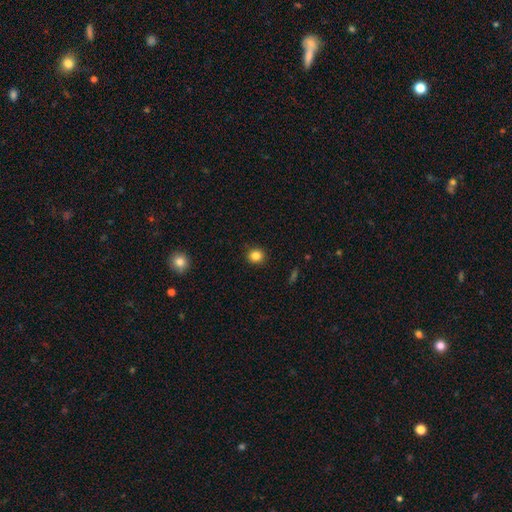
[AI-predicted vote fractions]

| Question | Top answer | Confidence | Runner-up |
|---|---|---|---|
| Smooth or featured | smooth | 84% | star or artifact (11%) |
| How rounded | round | 87% | in between (12%) |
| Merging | none | 91% | minor disturbance (6%) |